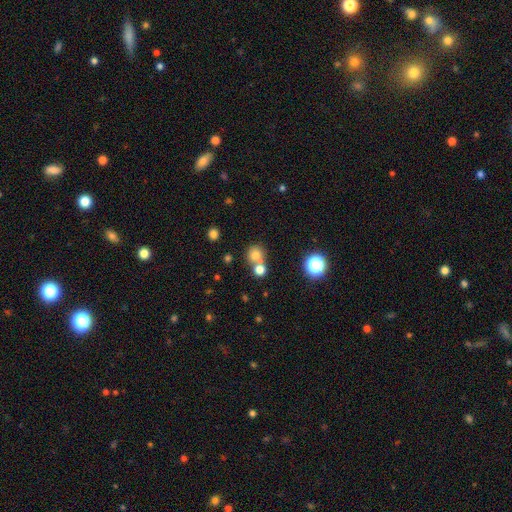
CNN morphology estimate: Smooth or featured? Predicted: smooth (p=0.73). How rounded? Predicted: round (p=0.84). Merging? Predicted: none (p=0.49).